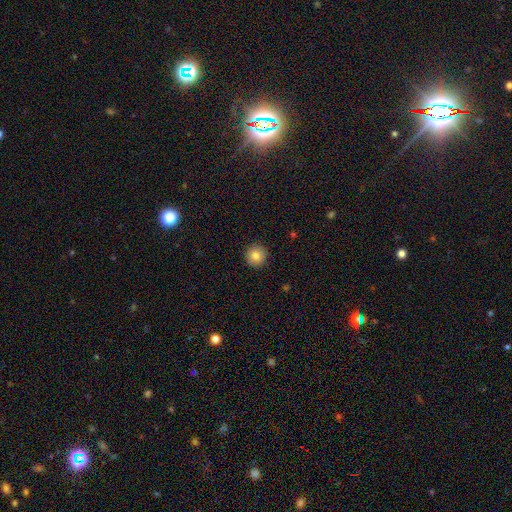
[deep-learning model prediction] smooth_or_featured: smooth (p=0.84) [alt: star or artifact p=0.09]
how_rounded: round (p=0.96) [alt: in between p=0.04]
merging: none (p=0.93) [alt: minor disturbance p=0.05]